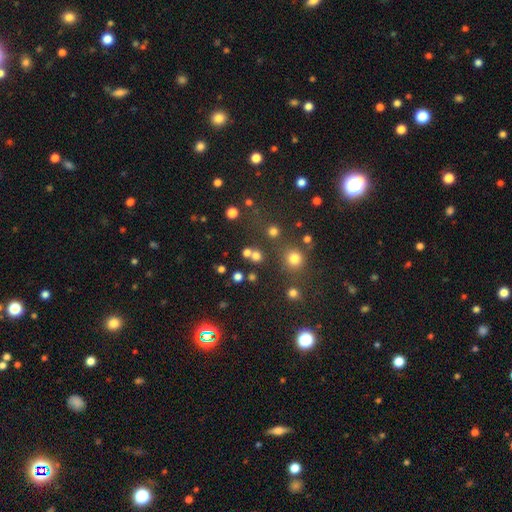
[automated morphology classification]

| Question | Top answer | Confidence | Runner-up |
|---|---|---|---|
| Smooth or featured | smooth | 69% | star or artifact (24%) |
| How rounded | round | 88% | in between (11%) |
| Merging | none | 69% | merger (19%) |